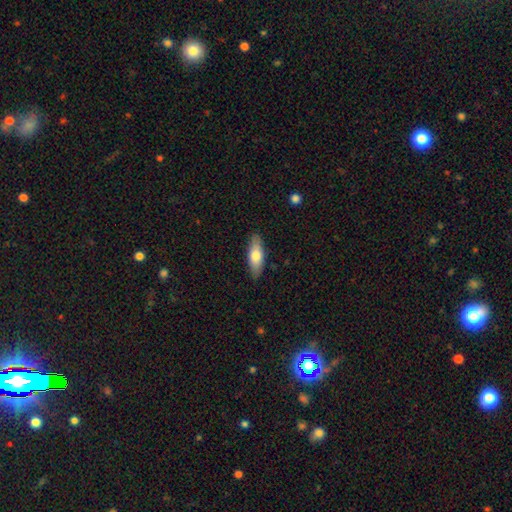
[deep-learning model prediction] Smooth or featured: smooth — 71% (featured or disk — 23%)
How rounded: in between — 63% (cigar-shaped — 34%)
Merging: none — 87% (minor disturbance — 10%)